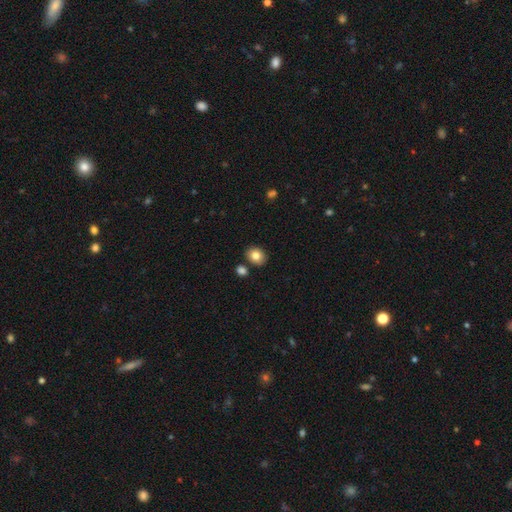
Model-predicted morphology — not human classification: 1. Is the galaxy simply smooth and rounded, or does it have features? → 83% smooth, 9% star or artifact, 8% featured or disk.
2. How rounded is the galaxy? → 56% round, 43% in between, 1% cigar-shaped.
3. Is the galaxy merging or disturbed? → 82% none, 9% minor disturbance, 7% merger, 2% major disturbance.